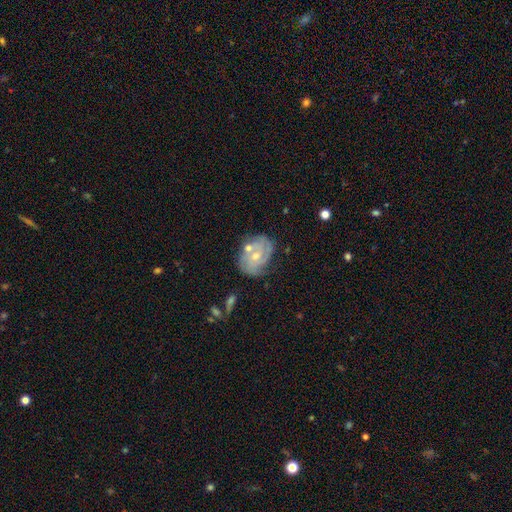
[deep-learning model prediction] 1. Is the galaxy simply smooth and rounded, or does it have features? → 72% featured or disk, 21% smooth, 7% star or artifact.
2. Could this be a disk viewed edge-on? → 97% no, 3% yes.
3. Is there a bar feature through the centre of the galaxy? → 71% no, 25% weak, 4% strong.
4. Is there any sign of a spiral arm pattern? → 84% yes, 16% no.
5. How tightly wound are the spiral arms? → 55% tight, 33% medium, 11% loose.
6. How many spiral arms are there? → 38% can't tell, 25% 2, 21% 3, 8% 4, 5% 1, 4% more than 4.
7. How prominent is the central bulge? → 50% small, 45% moderate, 3% none, 2% large, 1% dominant.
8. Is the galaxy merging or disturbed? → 57% none, 22% minor disturbance, 12% merger, 9% major disturbance.